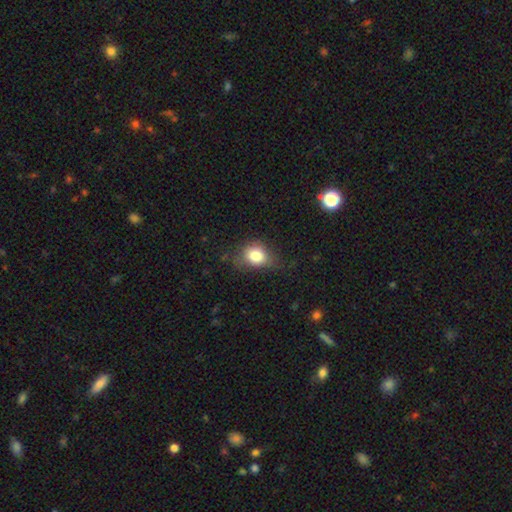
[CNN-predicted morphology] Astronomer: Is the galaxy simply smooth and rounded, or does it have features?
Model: smooth — 79%.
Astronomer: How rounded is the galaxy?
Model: round — 53% (runner-up: in between, 45%).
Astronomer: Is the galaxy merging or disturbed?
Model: none — 58%.